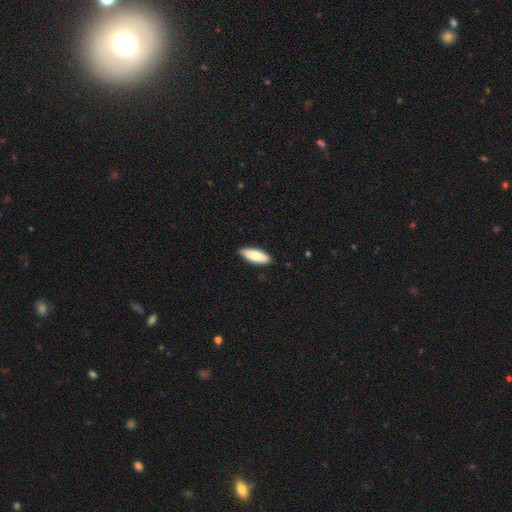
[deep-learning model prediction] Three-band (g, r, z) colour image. It shows a smooth galaxy with no disk features (83%) that is in between round and cigar-shaped (63%). Merging: none (88%).